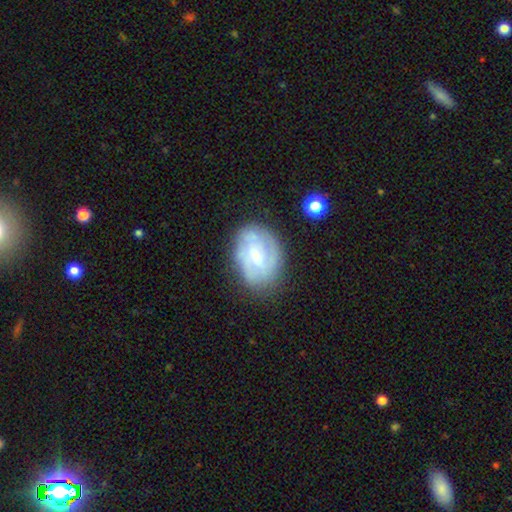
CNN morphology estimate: This is likely a featured or disk galaxy (69%). It is clearly not viewed edge-on (97%). Bar: possibly weak (53%). Spiral arm pattern: clearly yes (82%). Spiral arm count: marginally can't tell (38%). Spiral winding: possibly tight (52%). Central bulge: possibly small (52%). Merging: likely none (70%).